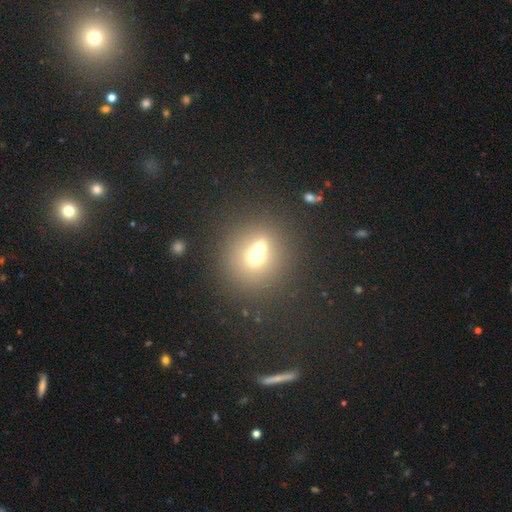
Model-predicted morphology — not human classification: This appears to be a smooth galaxy with no disk features (64%) that is round (87%). Merging: merger (51%).